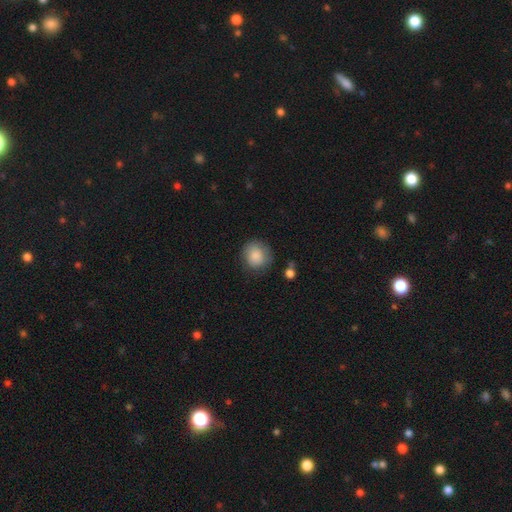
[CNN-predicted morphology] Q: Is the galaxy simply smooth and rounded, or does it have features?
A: smooth — 86%.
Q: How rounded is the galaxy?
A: round — 87%.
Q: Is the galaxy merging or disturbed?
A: none — 74%.